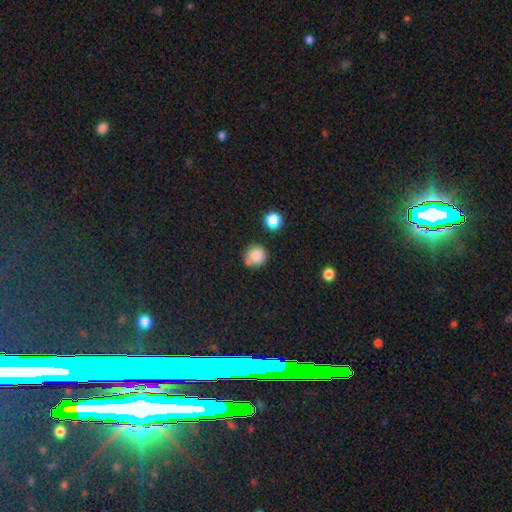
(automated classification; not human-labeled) Morphology: type=smooth (83%); roundness=round (91%); merging=none (71%).